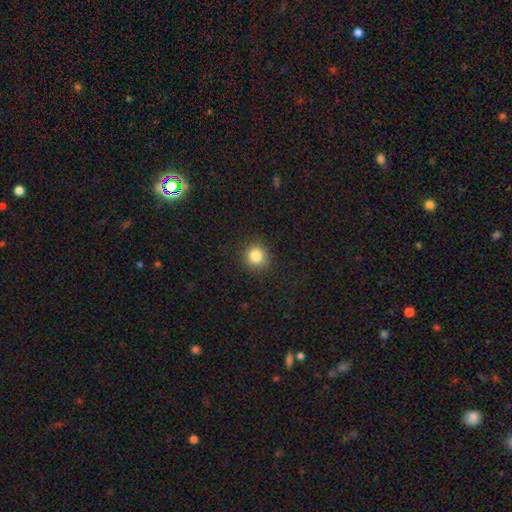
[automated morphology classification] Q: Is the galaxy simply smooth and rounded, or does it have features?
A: smooth — 84%.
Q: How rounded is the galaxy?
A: round — 92%.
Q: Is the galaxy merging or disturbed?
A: none — 90%.